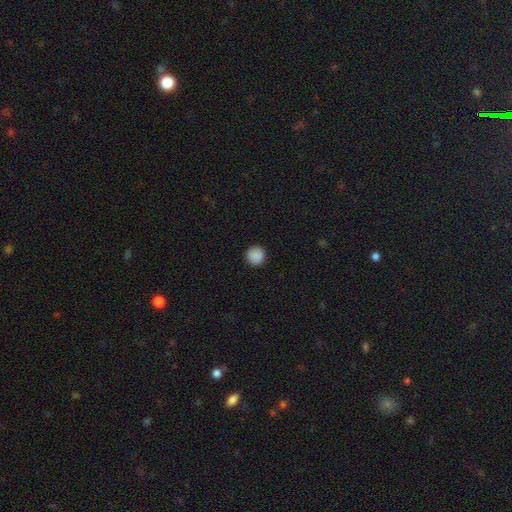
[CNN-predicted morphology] Overall: smooth (89%). How rounded: round (95%). Merging: none (92%).